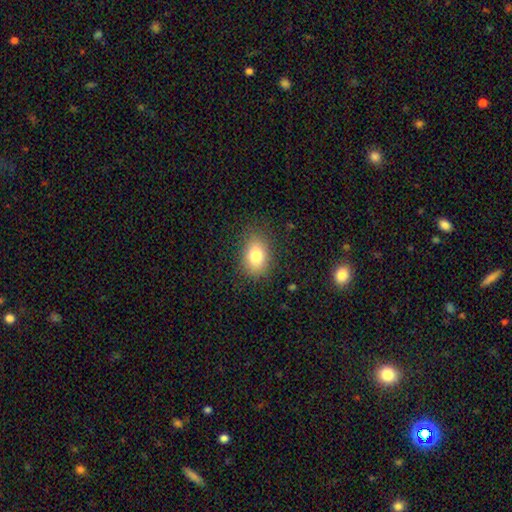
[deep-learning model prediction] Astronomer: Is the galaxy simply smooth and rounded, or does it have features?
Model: smooth — 80%.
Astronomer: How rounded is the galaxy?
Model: in between — 80%.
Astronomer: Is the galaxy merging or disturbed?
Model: none — 83%.